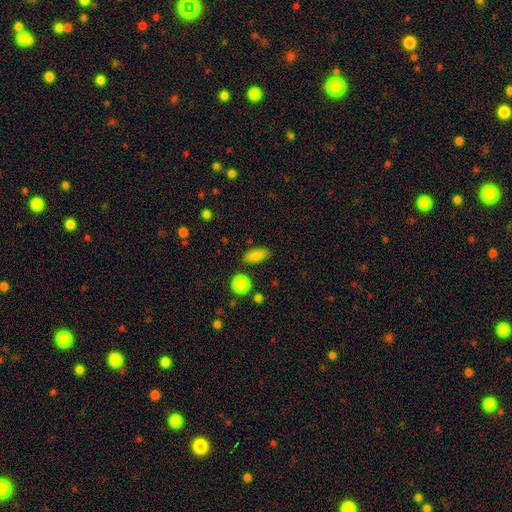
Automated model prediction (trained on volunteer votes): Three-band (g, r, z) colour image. It shows a smooth galaxy with no disk features (85%) that is in between round and cigar-shaped (82%). Merging: none (83%).